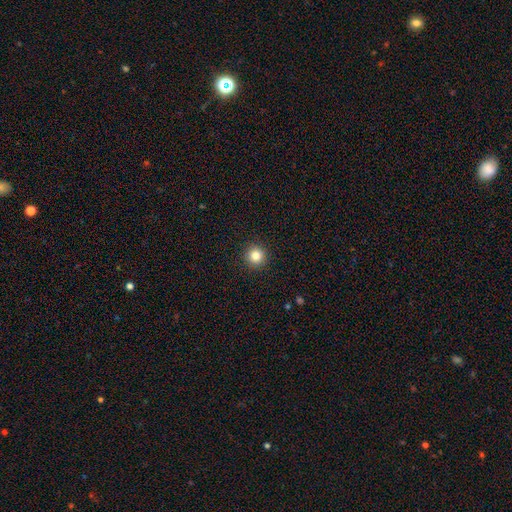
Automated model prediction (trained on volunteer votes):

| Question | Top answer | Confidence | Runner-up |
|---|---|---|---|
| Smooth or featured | smooth | 83% | star or artifact (12%) |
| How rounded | round | 95% | in between (4%) |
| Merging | none | 93% | minor disturbance (5%) |